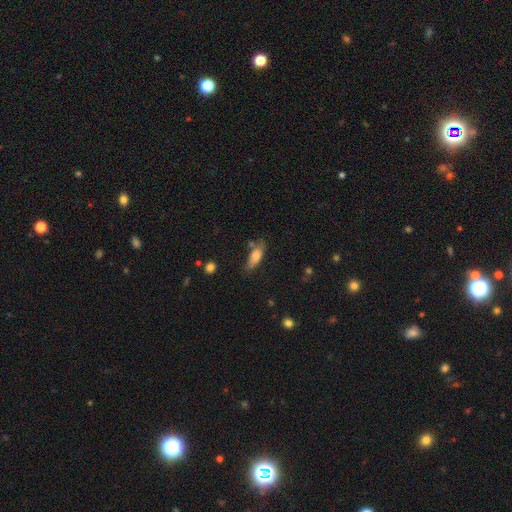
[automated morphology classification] smooth_or_featured: smooth (p=0.74) [alt: featured or disk p=0.19]
how_rounded: in between (p=0.66) [alt: cigar-shaped p=0.32]
merging: none (p=0.62) [alt: minor disturbance p=0.25]